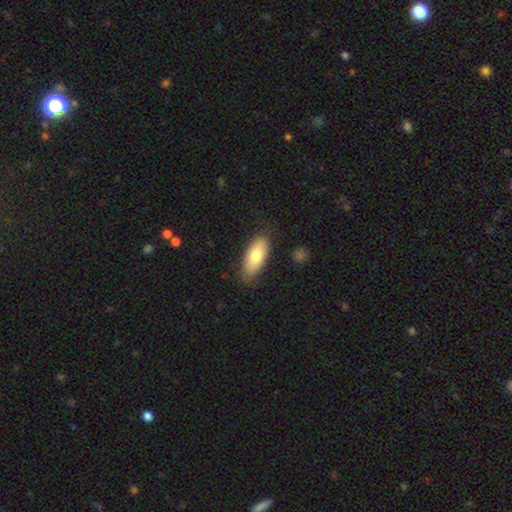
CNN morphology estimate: The model was most divided on "merging": none: 79%, minor disturbance: 17%, major disturbance: 3%, merger: 1%. More confident: how rounded — in between (83%); smooth or featured — smooth (79%).